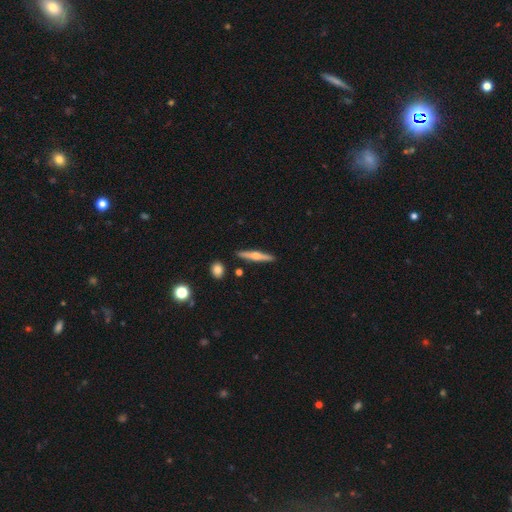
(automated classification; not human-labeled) Q: Smooth or featured?
A: featured or disk (58%); runner-up: smooth (36%)
Q: Edge-on disk?
A: yes (97%); runner-up: no (3%)
Q: Edge-on bulge?
A: rounded (89%); runner-up: none (6%)
Q: Merging?
A: none (89%); runner-up: minor disturbance (7%)